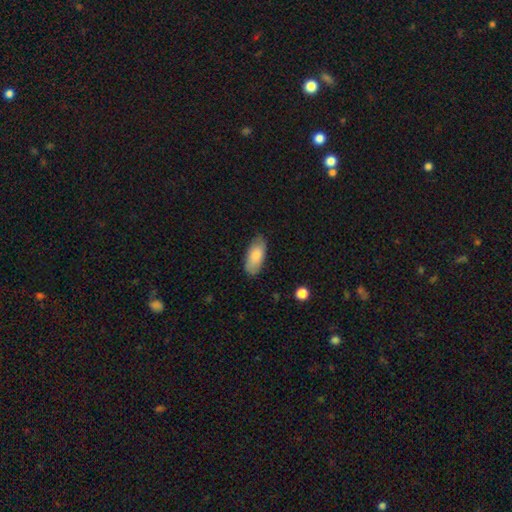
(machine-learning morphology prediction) type=smooth (83%); roundness=in between (89%); merging=none (79%).